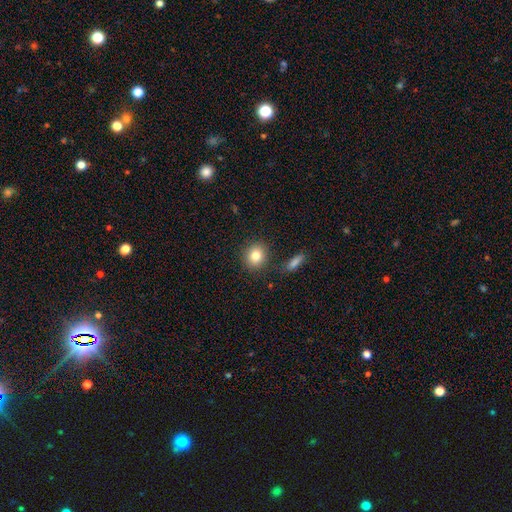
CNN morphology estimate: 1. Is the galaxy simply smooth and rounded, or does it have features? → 83% smooth, 9% star or artifact, 8% featured or disk.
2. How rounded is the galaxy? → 82% round, 17% in between, 1% cigar-shaped.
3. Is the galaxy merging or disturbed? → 85% none, 9% minor disturbance, 4% merger, 3% major disturbance.